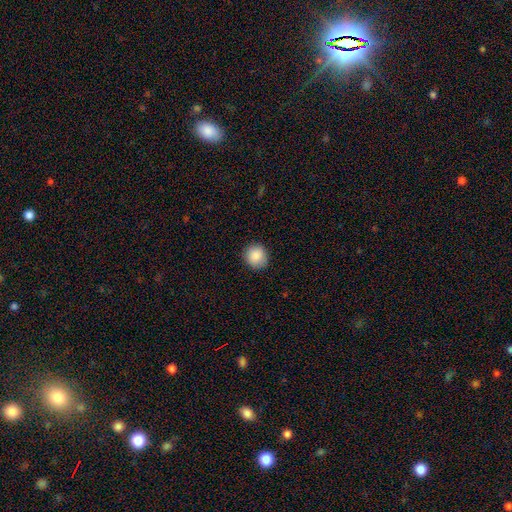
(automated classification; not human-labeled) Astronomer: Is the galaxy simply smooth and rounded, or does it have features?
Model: smooth — 89%.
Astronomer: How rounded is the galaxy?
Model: round — 88%.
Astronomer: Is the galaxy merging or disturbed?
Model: none — 88%.